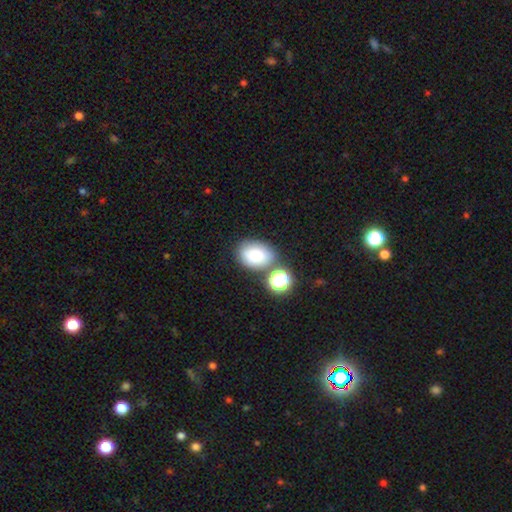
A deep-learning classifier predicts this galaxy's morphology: Smooth or featured: smooth — 80% (star or artifact — 10%)
How rounded: in between — 76% (round — 22%)
Merging: none — 64% (merger — 16%)